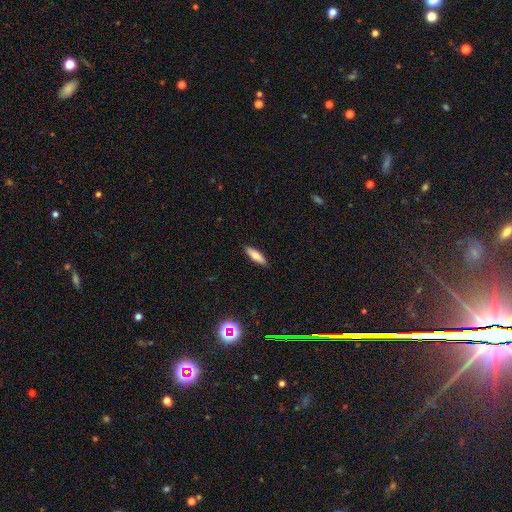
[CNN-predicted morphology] Q: Smooth or featured?
A: smooth (73%); runner-up: featured or disk (19%)
Q: How rounded?
A: cigar-shaped (59%); runner-up: in between (39%)
Q: Merging?
A: none (89%); runner-up: minor disturbance (8%)